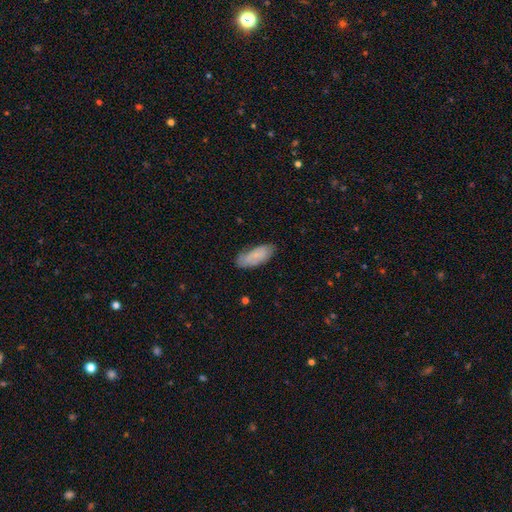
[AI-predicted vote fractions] smooth_or_featured: smooth (p=0.75) [alt: featured or disk p=0.18]
how_rounded: in between (p=0.83) [alt: cigar-shaped p=0.15]
merging: none (p=0.73) [alt: minor disturbance p=0.21]